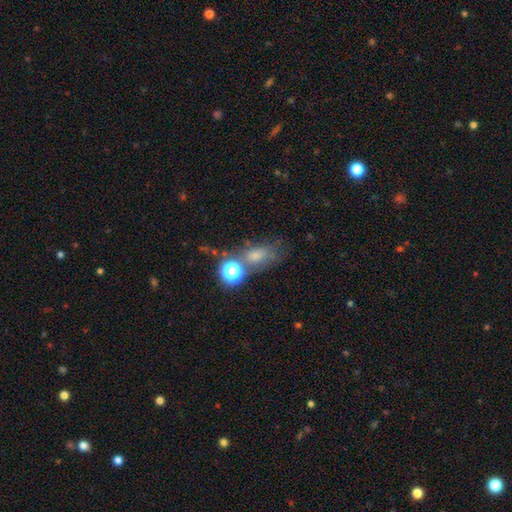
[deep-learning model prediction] The model was most divided on "merging": none: 45%, minor disturbance: 20%, merger: 19%, major disturbance: 16%. More confident: how rounded — in between (68%); smooth or featured — smooth (63%).